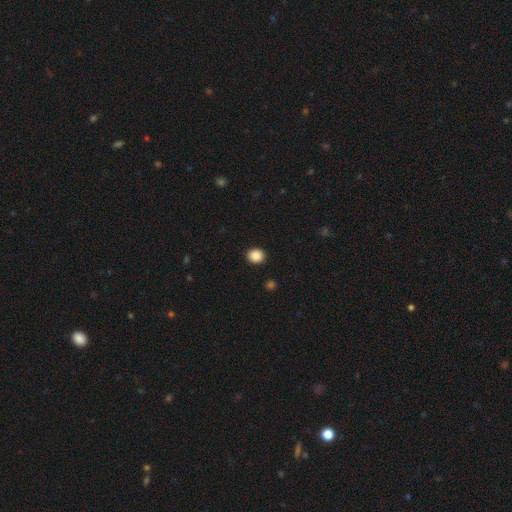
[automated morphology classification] smooth 88%, star or artifact 9%, featured or disk 3%. Down the decision tree: how rounded — round (73%); merging — none (91%).